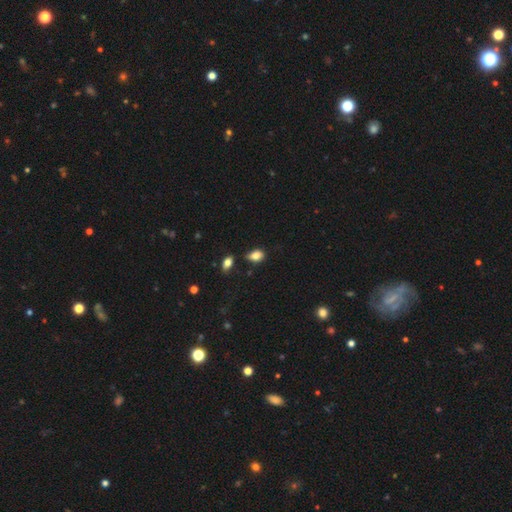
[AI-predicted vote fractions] Overall: smooth (84%). How rounded: in between (82%). Merging: none (62%; minor disturbance 25%).